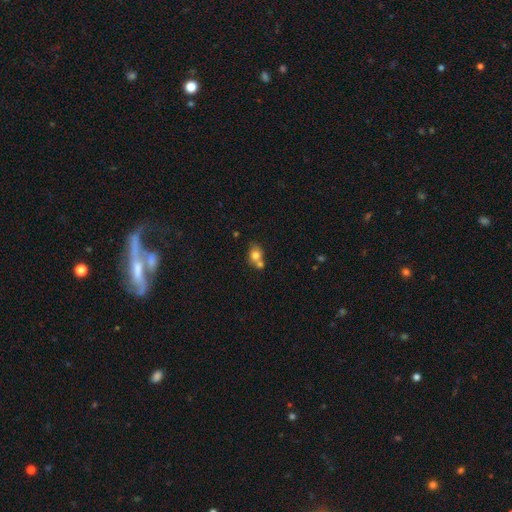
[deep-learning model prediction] Overall: smooth (76%). How rounded: round (54%; in between 45%). Merging: merger (46%; none 40%).